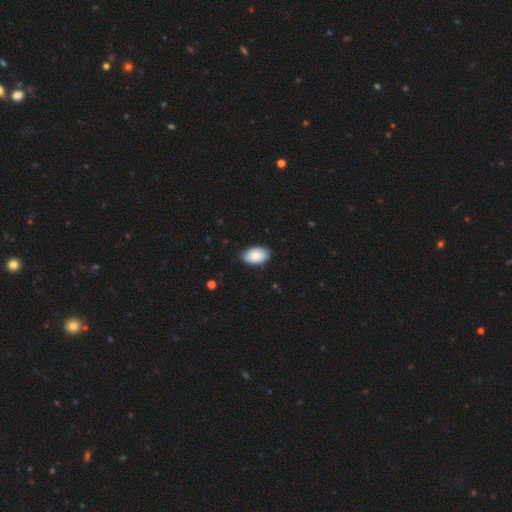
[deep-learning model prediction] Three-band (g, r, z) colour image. It shows a smooth galaxy with no disk features (86%) that is in between round and cigar-shaped (94%). Merging: none (84%).